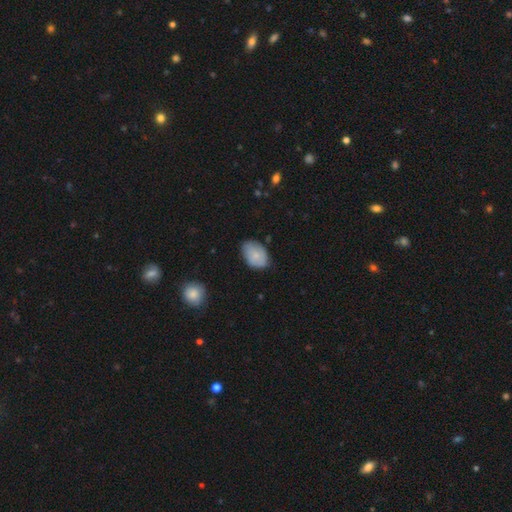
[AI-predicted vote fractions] This is likely a smooth galaxy (70%). How rounded: clearly in between (85%). Merging: likely none (68%).